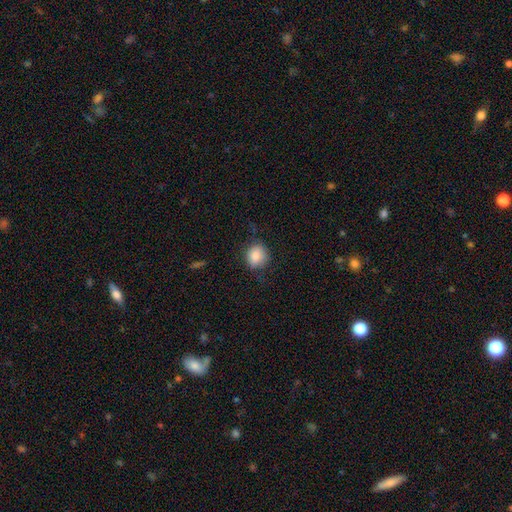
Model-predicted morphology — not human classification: A smooth galaxy with no disk features (85%) that is round (73%).

Vote fractions:
- Smooth or featured? smooth: 85% / star or artifact: 8% / featured or disk: 7%
- How rounded? round: 73% / in between: 26% / cigar-shaped: 1%
- Merging? none: 72% / minor disturbance: 21% / major disturbance: 6% / merger: 1%